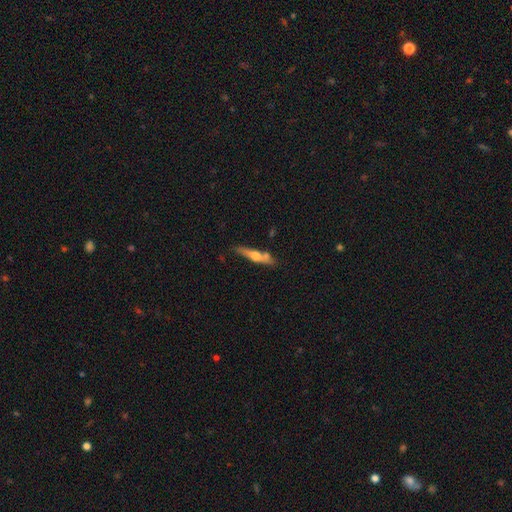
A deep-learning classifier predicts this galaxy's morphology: A featured or disk galaxy (58%) viewed edge-on (93%) with a rounded central bulge (92%).

Vote fractions:
- Smooth or featured? featured or disk: 58% / smooth: 36% / star or artifact: 5%
- Edge-on disk? yes: 93% / no: 7%
- Edge-on bulge? rounded: 92% / none: 4% / boxy: 4%
- Merging? none: 72% / minor disturbance: 15% / merger: 10% / major disturbance: 3%